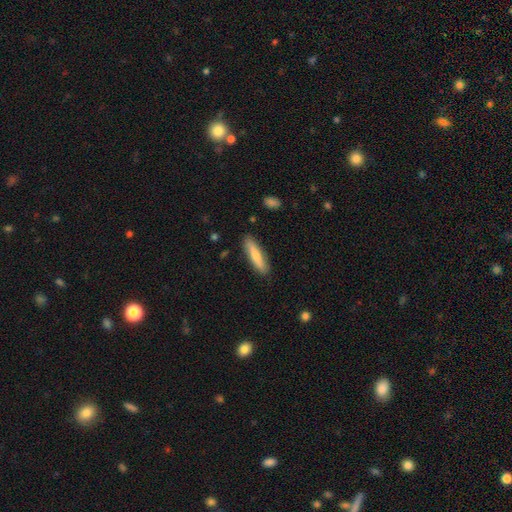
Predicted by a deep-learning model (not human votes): Morphology: type=smooth (72%); roundness=cigar-shaped (78%); merging=none (86%).